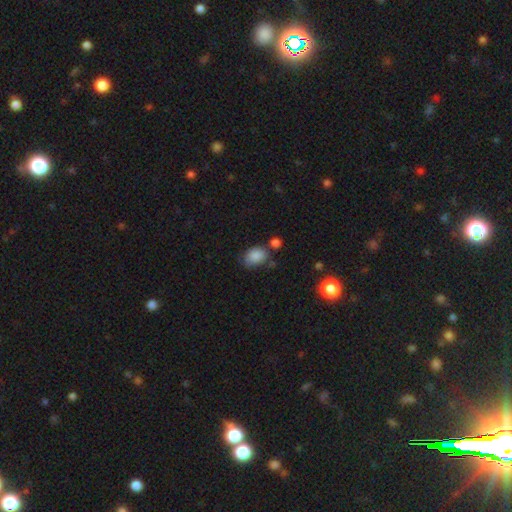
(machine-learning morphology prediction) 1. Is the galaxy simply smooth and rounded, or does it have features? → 85% smooth, 9% star or artifact, 6% featured or disk.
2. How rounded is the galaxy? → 77% in between, 22% round, 1% cigar-shaped.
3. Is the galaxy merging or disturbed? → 56% none, 26% minor disturbance, 10% merger, 8% major disturbance.